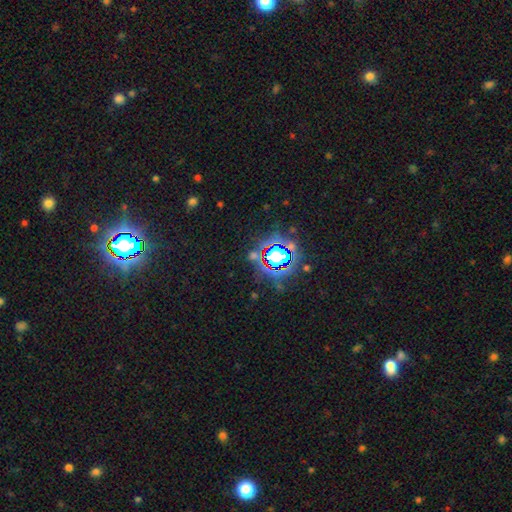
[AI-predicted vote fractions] Smooth or featured?
  - star or artifact: 77% *
  - smooth: 14%
  - featured or disk: 9%